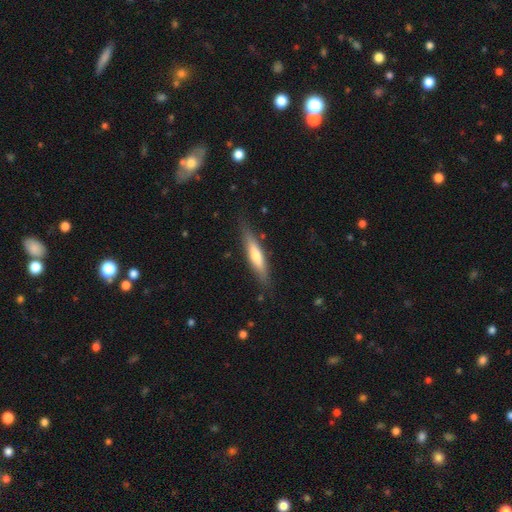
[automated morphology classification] This is possibly a smooth galaxy (53%). How rounded: clearly cigar-shaped (82%). Merging: clearly none (83%).